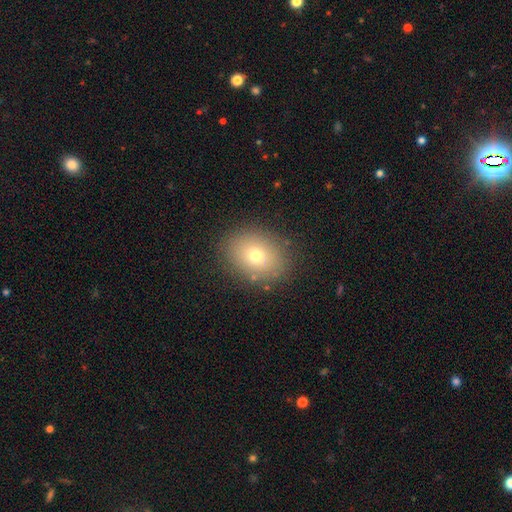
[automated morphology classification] smooth 71%, featured or disk 15%, star or artifact 14%. Down the decision tree: how rounded — in between (50%); merging — none (87%).